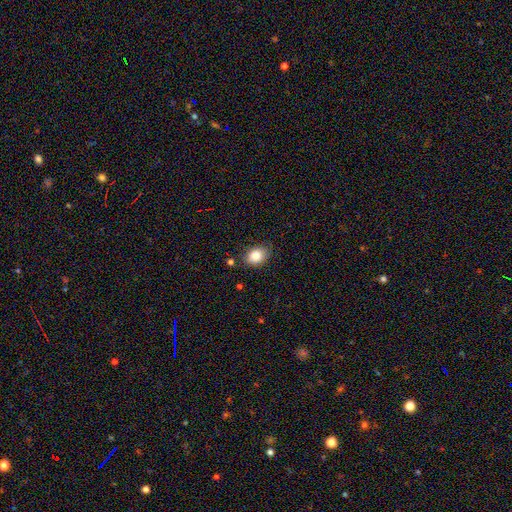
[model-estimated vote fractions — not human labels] The model was most divided on "how rounded": in between: 73%, round: 26%, cigar-shaped: 1%. More confident: smooth or featured — smooth (84%); merging — none (77%).